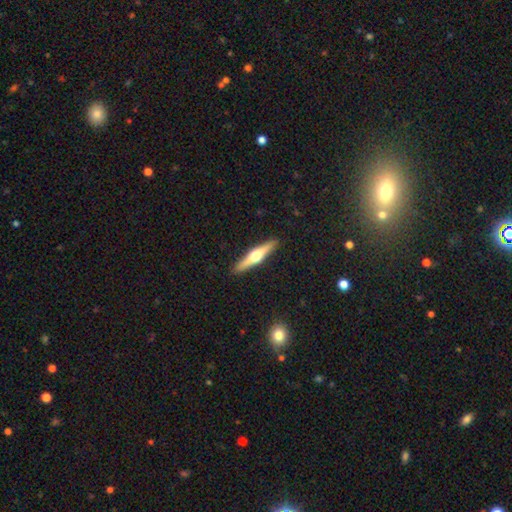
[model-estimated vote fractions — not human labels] This appears to be a featured or disk galaxy (65%) viewed edge-on (96%) with a rounded central bulge (95%). Merging: none (91%).